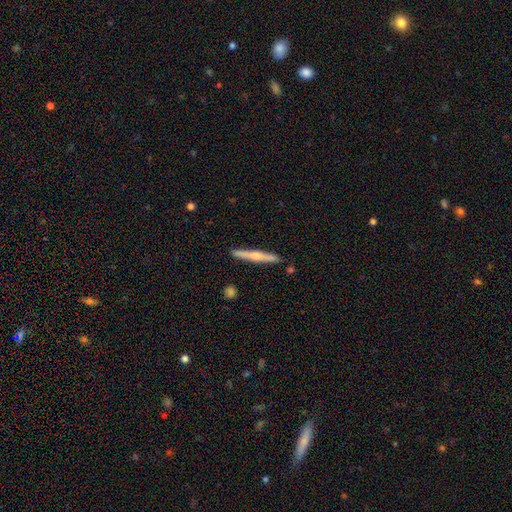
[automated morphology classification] The model was most divided on "smooth or featured": featured or disk: 49%, smooth: 46%, star or artifact: 6%. More confident: merging — none (90%).